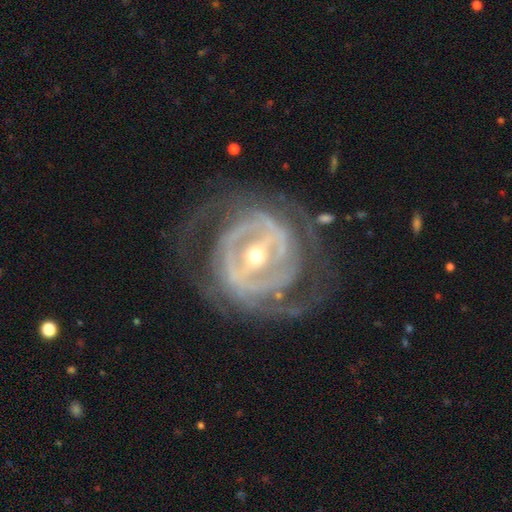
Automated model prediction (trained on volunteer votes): The model was most divided on "spiral arm count": 2: 32%, can't tell: 30%, 3: 15%, 4: 11%, more than 4: 6%, 1: 6%. More confident: edge-on disk — no (96%); smooth or featured — featured or disk (91%); spiral arms — yes (90%); merging — none (71%); spiral winding — tight (65%); bar — strong (64%); bulge size — small (54%).